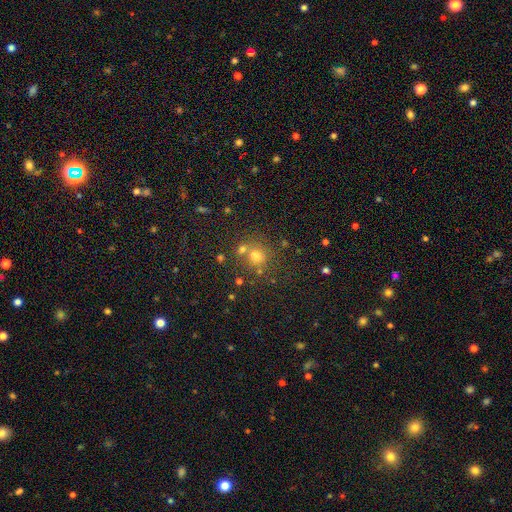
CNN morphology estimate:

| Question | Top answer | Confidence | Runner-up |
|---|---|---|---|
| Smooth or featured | smooth | 65% | star or artifact (24%) |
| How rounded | round | 84% | in between (15%) |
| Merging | none | 63% | merger (23%) |